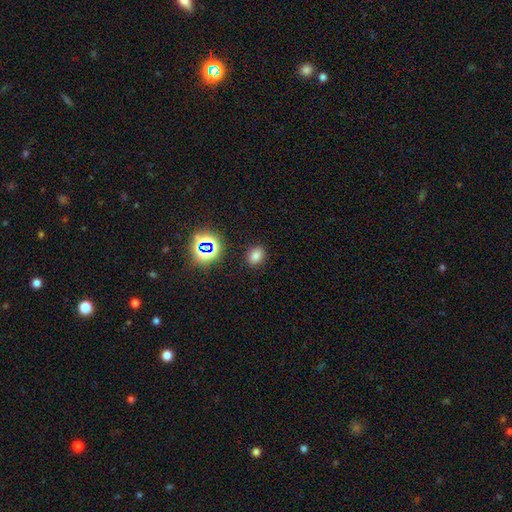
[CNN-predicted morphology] The model was most divided on "how rounded": in between: 60%, round: 39%, cigar-shaped: 1%. More confident: merging — none (86%); smooth or featured — smooth (73%).